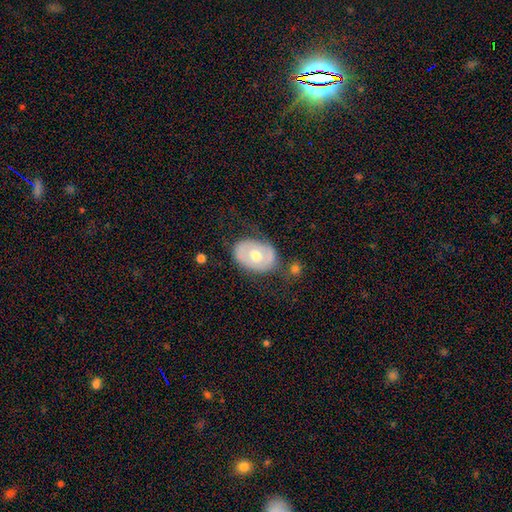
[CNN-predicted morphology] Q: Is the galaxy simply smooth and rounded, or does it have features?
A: featured or disk — 50%.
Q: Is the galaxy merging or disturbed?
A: none — 71%.